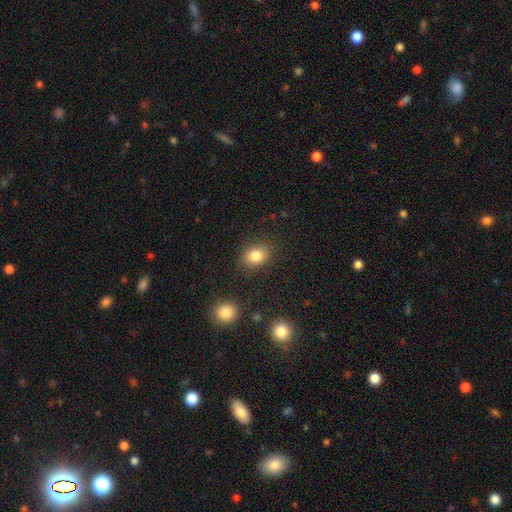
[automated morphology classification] Smooth or featured: smooth — 83% (star or artifact — 10%)
How rounded: in between — 59% (round — 40%)
Merging: none — 84% (minor disturbance — 11%)